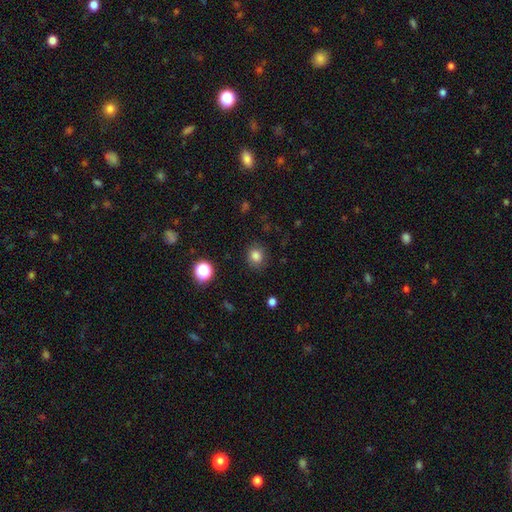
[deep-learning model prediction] Overall: smooth (82%). How rounded: round (81%). Merging: none (86%).